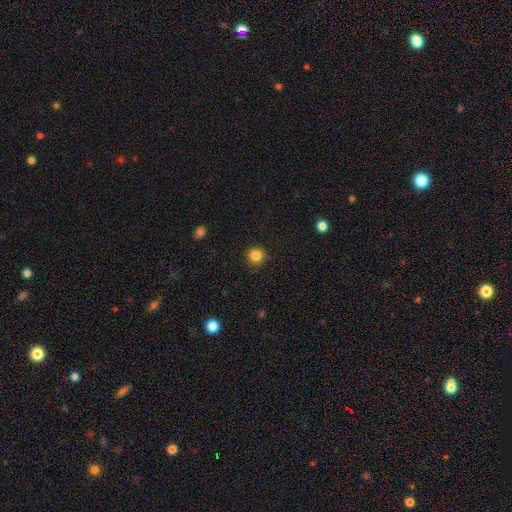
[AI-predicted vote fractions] This appears to be a smooth galaxy with no disk features (84%) that is round (93%). Merging: none (90%).